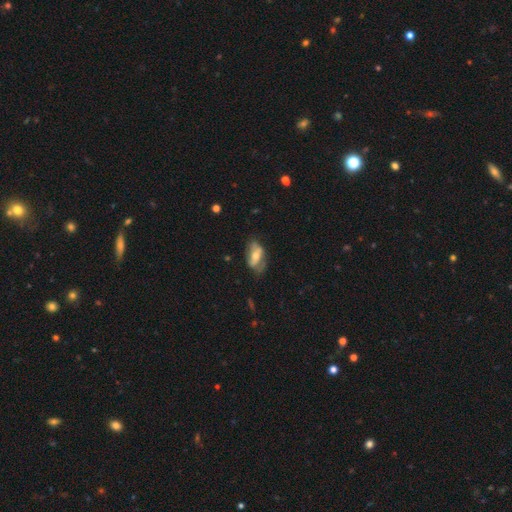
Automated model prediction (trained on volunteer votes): This appears to be a featured or disk galaxy (54%). Merging: none (53%).